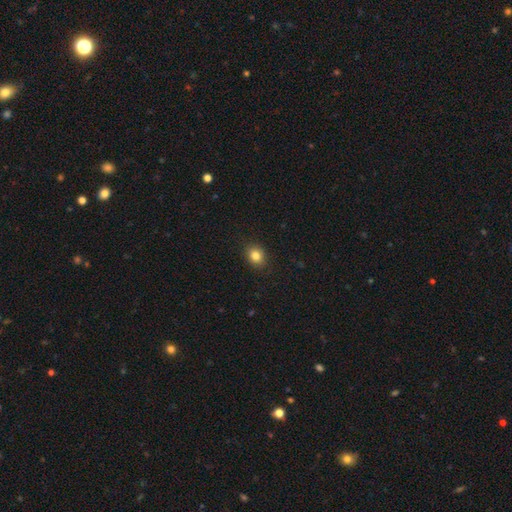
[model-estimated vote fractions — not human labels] Overall: smooth (84%). How rounded: round (54%; in between 45%). Merging: none (89%).